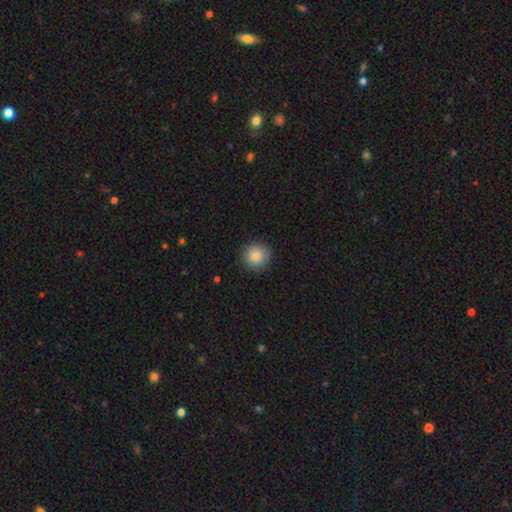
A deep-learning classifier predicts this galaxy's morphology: The model was most divided on "smooth or featured": smooth: 87%, star or artifact: 8%, featured or disk: 5%. More confident: how rounded — round (93%); merging — none (88%).